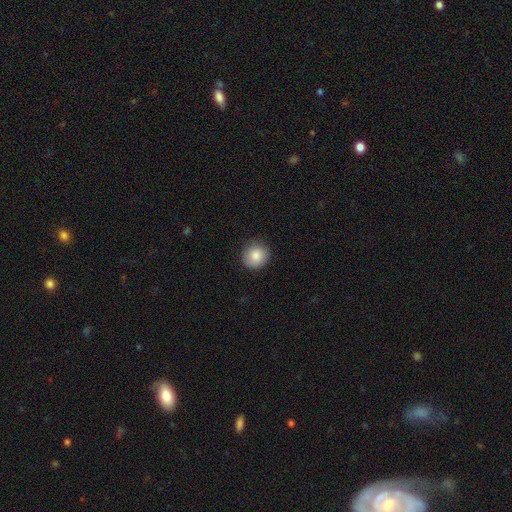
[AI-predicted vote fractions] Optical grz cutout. It shows a smooth galaxy with no disk features (85%) that is round (88%). Merging: none (86%).